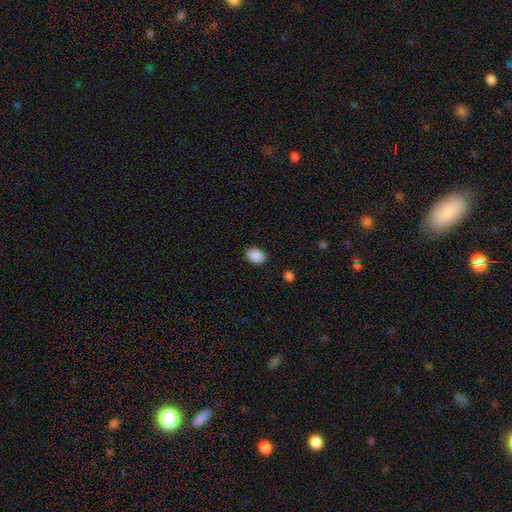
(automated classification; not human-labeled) A smooth galaxy with no disk features (89%) that is in between round and cigar-shaped (77%). Merging: none (85%).